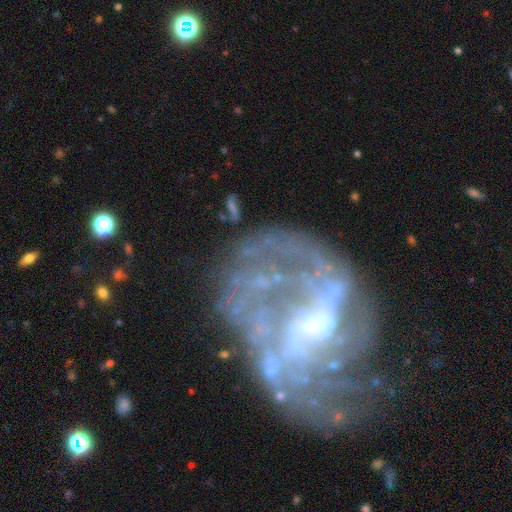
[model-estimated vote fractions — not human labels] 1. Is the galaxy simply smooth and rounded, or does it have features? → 83% featured or disk, 9% star or artifact, 8% smooth.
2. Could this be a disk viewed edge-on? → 98% no, 2% yes.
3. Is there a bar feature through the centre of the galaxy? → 41% weak, 40% no, 19% strong.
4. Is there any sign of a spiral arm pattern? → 77% yes, 23% no.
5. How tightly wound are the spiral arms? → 40% loose, 37% medium, 22% tight.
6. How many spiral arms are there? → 33% 2, 31% can't tell, 13% 3, 10% 1, 7% 4, 6% more than 4.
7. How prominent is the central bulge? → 41% small, 33% none, 21% moderate, 3% large, 1% dominant.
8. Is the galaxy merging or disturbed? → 45% none, 31% major disturbance, 18% minor disturbance, 5% merger.